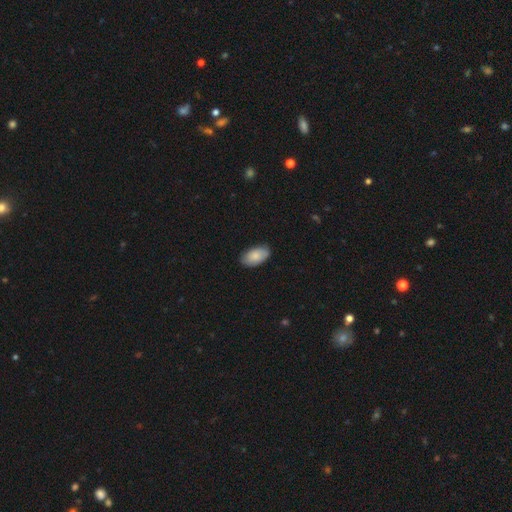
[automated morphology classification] This appears to be a smooth galaxy with no disk features (85%) that is in between round and cigar-shaped (95%). Merging: none (83%).